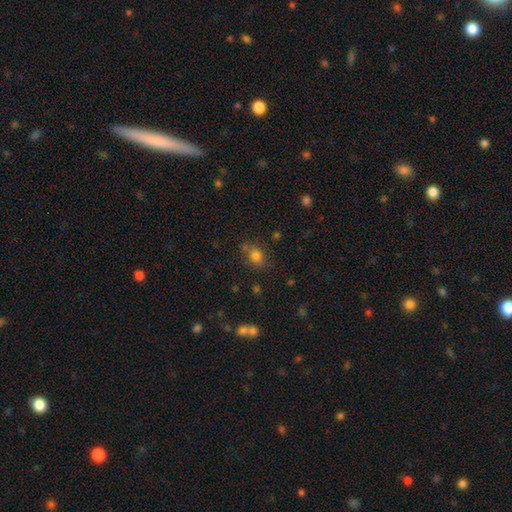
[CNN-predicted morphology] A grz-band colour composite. It shows a smooth galaxy with no disk features (76%) that is in between round and cigar-shaped (50%). Merging: none (68%).